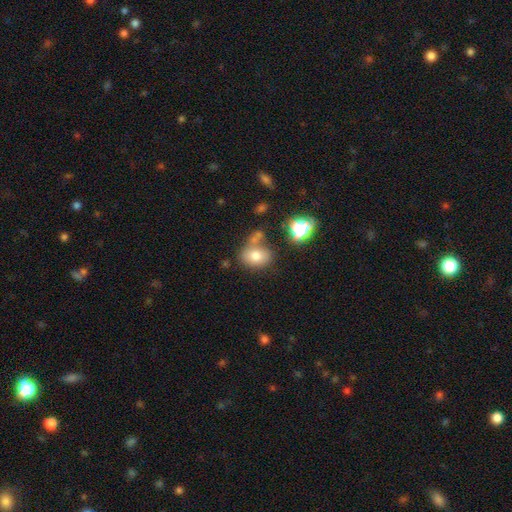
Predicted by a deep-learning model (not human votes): Smooth or featured? smooth (74%)
How rounded? in between (60%)
Merging? none (56%)